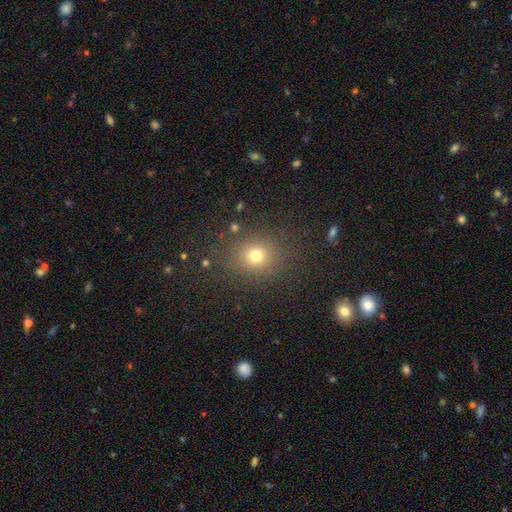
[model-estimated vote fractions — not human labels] Smooth or featured: smooth — 73% (star or artifact — 19%)
How rounded: round — 74% (in between — 25%)
Merging: none — 83% (minor disturbance — 10%)